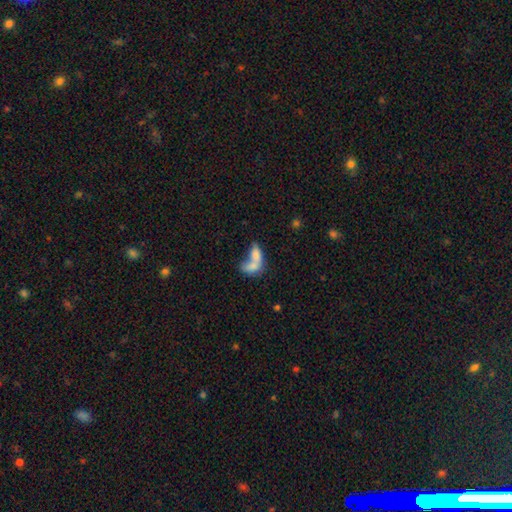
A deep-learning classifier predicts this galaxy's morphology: The model was most divided on "smooth or featured": smooth: 72%, featured or disk: 20%, star or artifact: 8%. More confident: how rounded — in between (81%); merging — merger (72%).